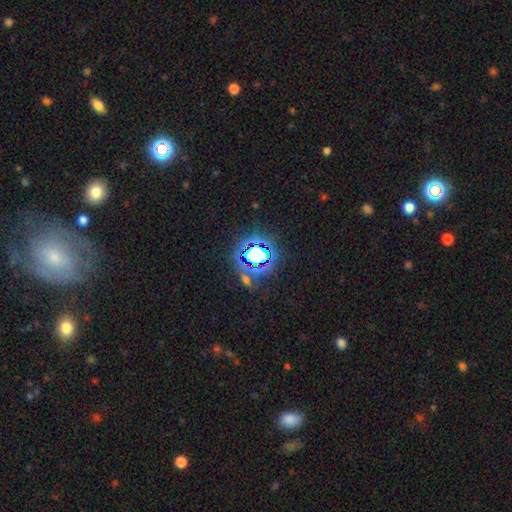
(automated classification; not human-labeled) smooth_or_featured: star or artifact (p=0.68) [alt: smooth p=0.21]